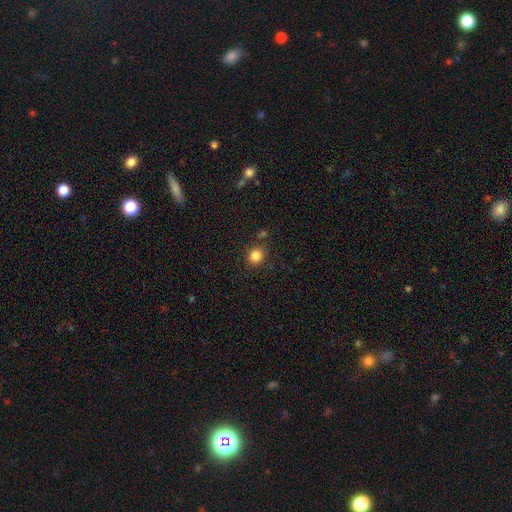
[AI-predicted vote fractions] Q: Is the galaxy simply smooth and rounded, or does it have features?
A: smooth — 83%.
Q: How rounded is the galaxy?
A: round — 81%.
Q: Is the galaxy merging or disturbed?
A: none — 82%.